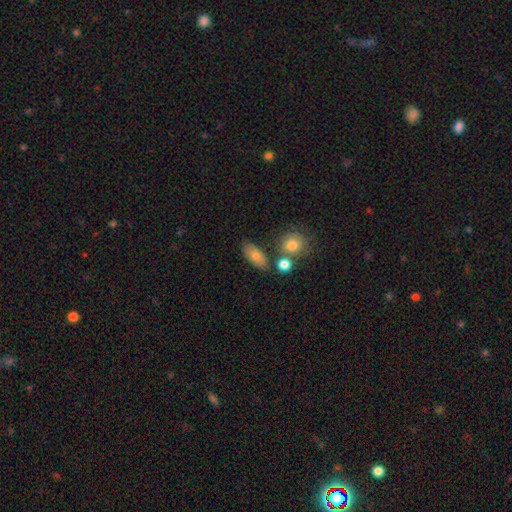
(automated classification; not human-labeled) smooth 75%, featured or disk 16%, star or artifact 9%. Down the decision tree: how rounded — in between (82%); merging — none (71%).